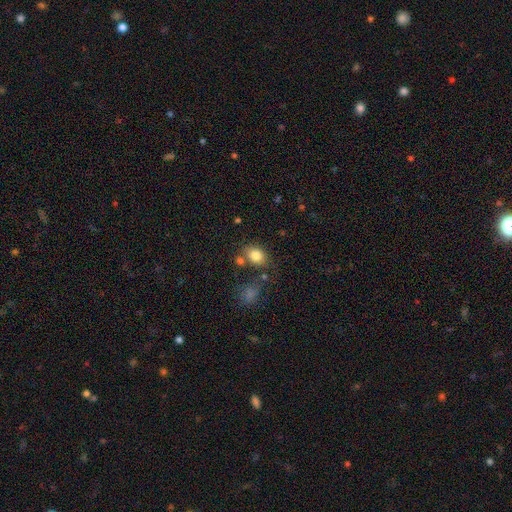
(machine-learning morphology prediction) This is clearly a smooth galaxy (81%). How rounded: likely in between (64%). Merging: likely none (67%).